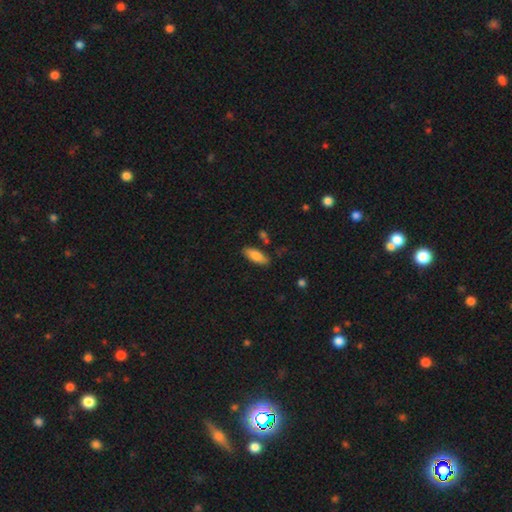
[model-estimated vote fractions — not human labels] smooth-or-featured: smooth: 83% | featured or disk: 11% | star or artifact: 6%
  how-rounded: in between: 74% | cigar-shaped: 24% | round: 2%
  merging: none: 82% | minor disturbance: 12% | merger: 4% | major disturbance: 3%